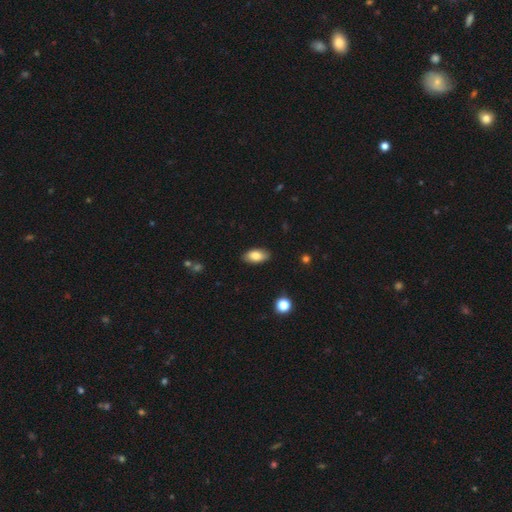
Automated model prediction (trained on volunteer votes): Smooth or featured? smooth (84%)
How rounded? in between (92%)
Merging? none (86%)